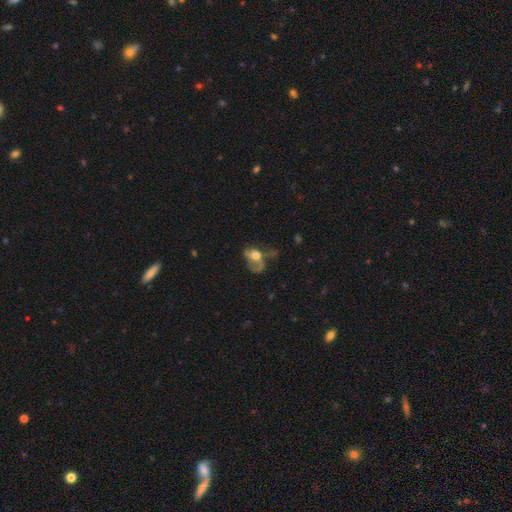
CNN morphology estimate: smooth-or-featured: smooth: 48% | featured or disk: 40% | star or artifact: 12%
  merging: major disturbance: 52% | none: 20% | minor disturbance: 17% | merger: 11%